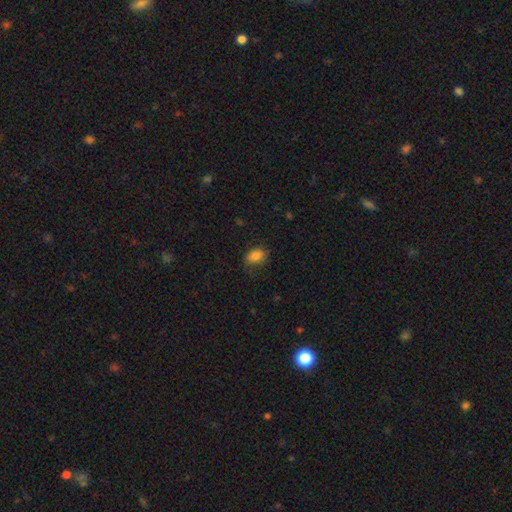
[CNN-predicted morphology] The model was most divided on "merging": none: 71%, minor disturbance: 21%, major disturbance: 7%, merger: 1%. More confident: smooth or featured — smooth (82%); how rounded — in between (75%).